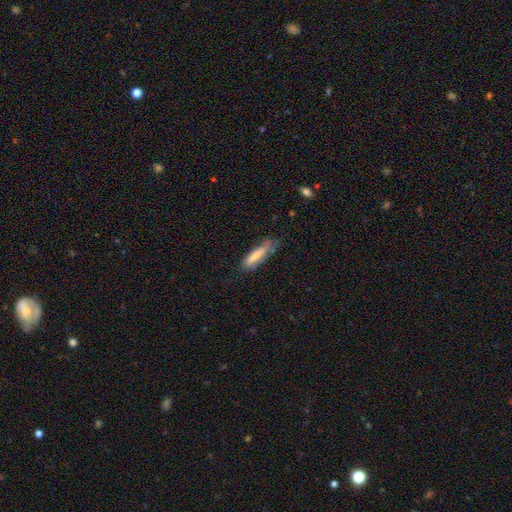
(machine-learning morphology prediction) A smooth galaxy with no disk features (71%) that is cigar-shaped (68%).

Vote fractions:
- Smooth or featured? smooth: 71% / featured or disk: 23% / star or artifact: 6%
- How rounded? cigar-shaped: 68% / in between: 31% / round: 2%
- Merging? none: 57% / minor disturbance: 31% / major disturbance: 9% / merger: 2%